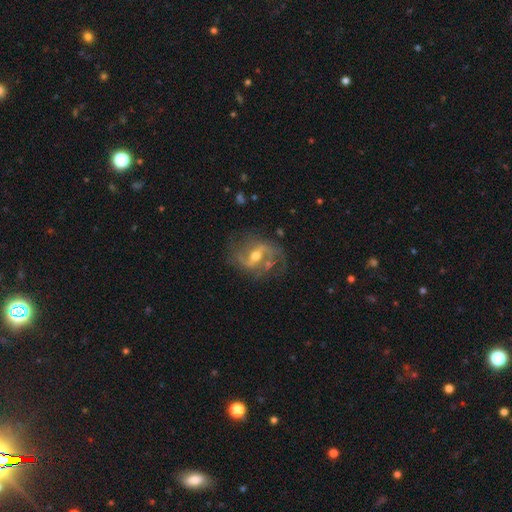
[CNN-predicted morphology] smooth_or_featured: featured or disk (p=0.88) [alt: star or artifact p=0.06]
disk_edge_on: no (p=0.97) [alt: yes p=0.03]
bar: weak (p=0.43) [alt: strong p=0.42]
has_spiral_arms: yes (p=0.95) [alt: no p=0.05]
spiral_winding: medium (p=0.45) [alt: loose p=0.42]
spiral_arm_count: 2 (p=0.80) [alt: can't tell p=0.07]
bulge_size: moderate (p=0.66) [alt: small p=0.28]
merging: none (p=0.67) [alt: minor disturbance p=0.18]